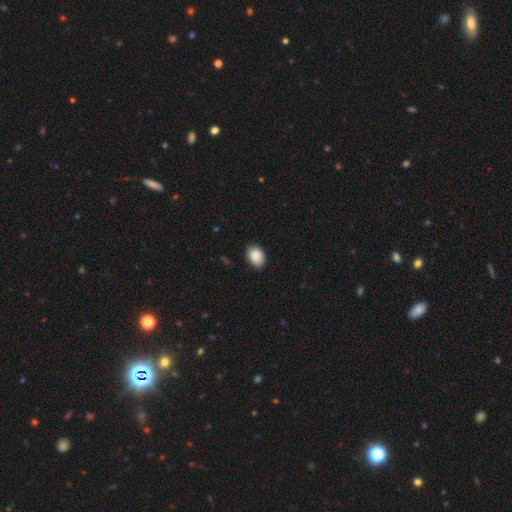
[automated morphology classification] This appears to be a smooth galaxy with no disk features (90%) that is in between round and cigar-shaped (75%). Merging: none (86%).